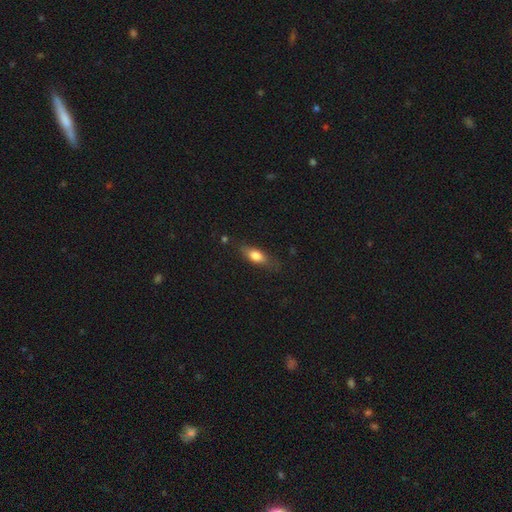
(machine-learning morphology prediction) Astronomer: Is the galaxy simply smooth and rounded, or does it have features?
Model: smooth — 73%.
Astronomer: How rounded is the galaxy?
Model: in between — 67%.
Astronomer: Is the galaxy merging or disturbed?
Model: none — 72%.